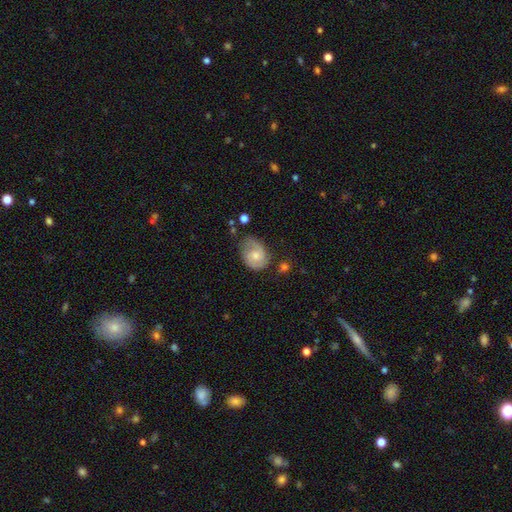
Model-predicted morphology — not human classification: A featured or disk galaxy (60%) with no bar (67%), 2 (67%) tight (42%) spiral arms (88%) and a moderate central bulge (51%). Merging: none (55%).